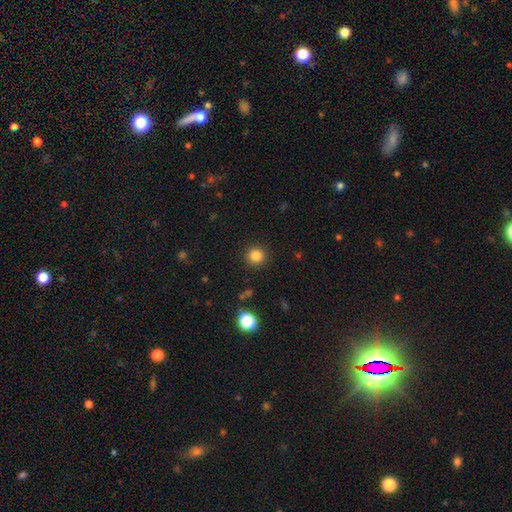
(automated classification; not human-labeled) smooth_or_featured: smooth (p=0.83) [alt: star or artifact p=0.12]
how_rounded: round (p=0.94) [alt: in between p=0.05]
merging: none (p=0.91) [alt: minor disturbance p=0.05]